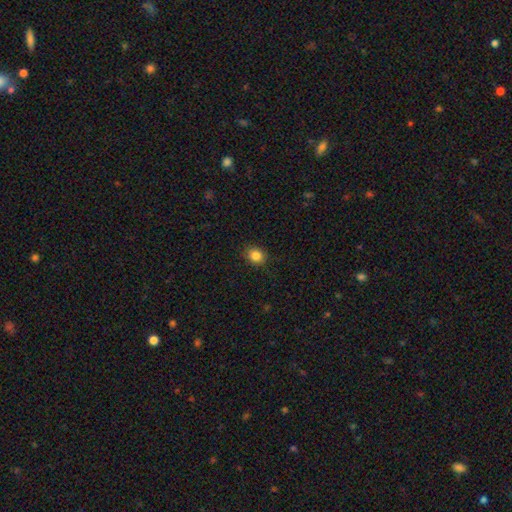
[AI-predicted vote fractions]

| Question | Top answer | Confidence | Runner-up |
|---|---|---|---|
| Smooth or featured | smooth | 85% | star or artifact (11%) |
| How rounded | round | 65% | in between (34%) |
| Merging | none | 88% | minor disturbance (9%) |